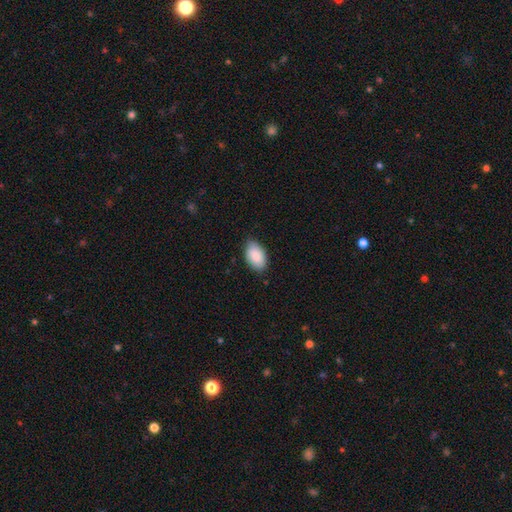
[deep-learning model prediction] Smooth or featured?
  - smooth: 89% *
  - star or artifact: 6%
  - featured or disk: 5%
How rounded?
  - in between: 94% *
  - round: 4%
  - cigar-shaped: 1%
Merging?
  - none: 81% *
  - minor disturbance: 16%
  - major disturbance: 2%
  - merger: 1%